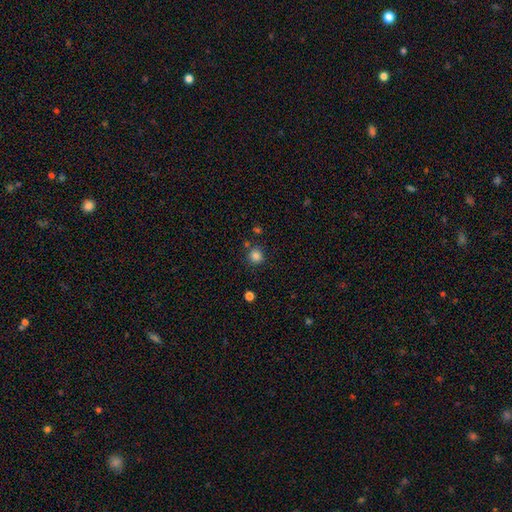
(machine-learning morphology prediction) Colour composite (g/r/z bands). It shows a smooth galaxy with no disk features (84%) that is round (89%). Merging: none (81%).